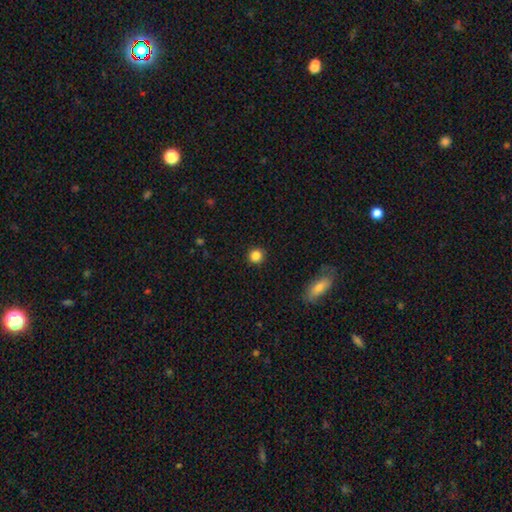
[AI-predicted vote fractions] This appears to be a smooth galaxy with no disk features (85%) that is round (92%). Merging: none (92%).